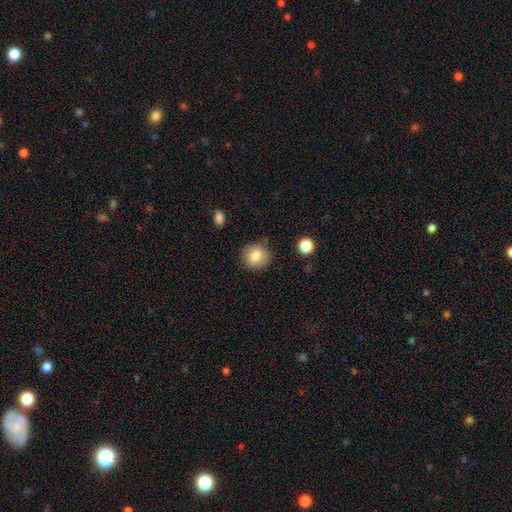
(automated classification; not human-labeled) This appears to be a smooth galaxy with no disk features (82%) that is round (86%). Merging: none (84%).